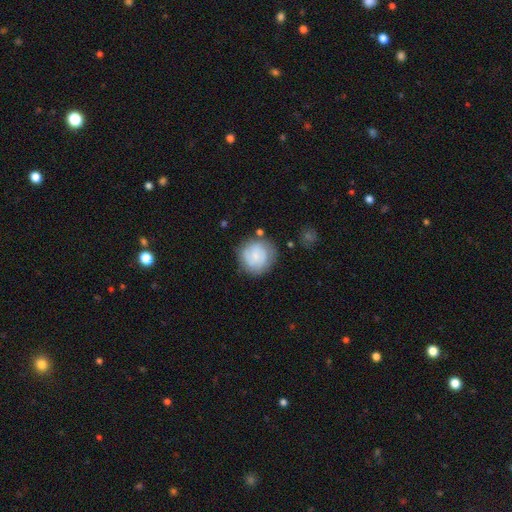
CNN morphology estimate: Smooth or featured: smooth — 48% (featured or disk — 45%)
Merging: none — 75% (minor disturbance — 16%)